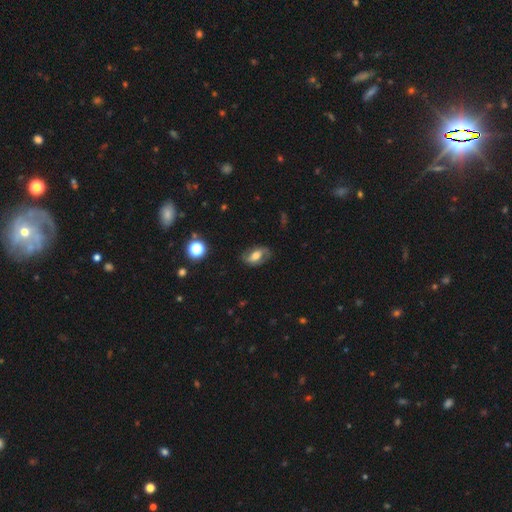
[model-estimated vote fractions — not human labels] featured or disk 59%, smooth 32%, star or artifact 9%. Down the decision tree: edge-on disk — no (94%); bar — weak (40%); spiral arms — yes (81%); bulge size — moderate (61%); merging — none (77%).